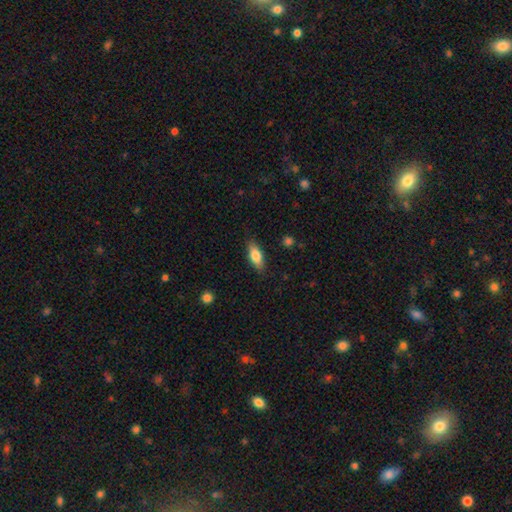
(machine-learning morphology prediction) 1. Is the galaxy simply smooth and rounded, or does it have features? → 77% smooth, 17% featured or disk, 7% star or artifact.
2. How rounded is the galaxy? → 73% in between, 24% cigar-shaped, 3% round.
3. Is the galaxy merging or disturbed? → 86% none, 11% minor disturbance, 2% major disturbance, 1% merger.